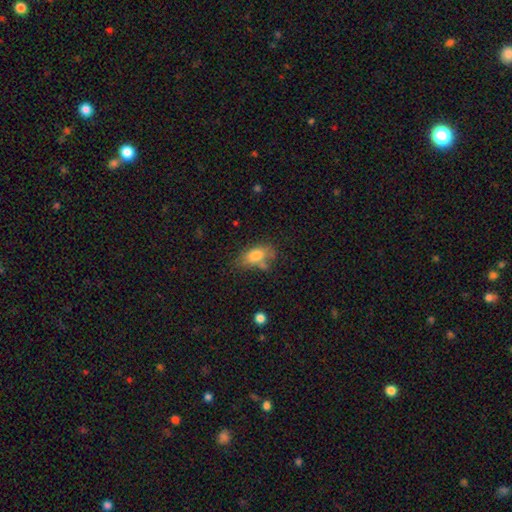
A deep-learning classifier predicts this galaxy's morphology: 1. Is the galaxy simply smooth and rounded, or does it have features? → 76% smooth, 15% featured or disk, 9% star or artifact.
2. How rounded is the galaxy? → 87% in between, 8% round, 5% cigar-shaped.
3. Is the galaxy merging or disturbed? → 48% none, 26% minor disturbance, 15% merger, 12% major disturbance.